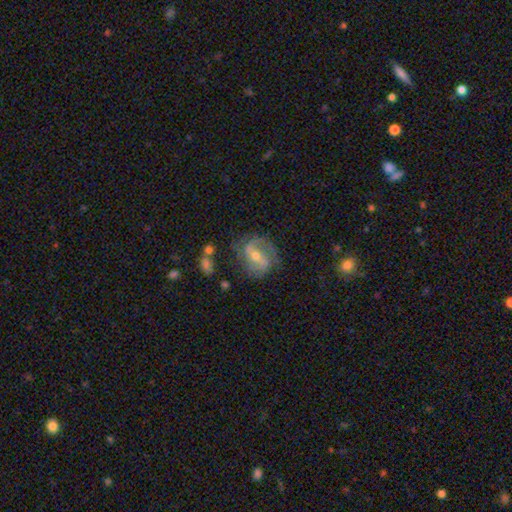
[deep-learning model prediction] featured or disk 78%, smooth 15%, star or artifact 7%. Down the decision tree: edge-on disk — no (96%); bar — weak (42%); spiral arms — yes (88%); spiral arm count — 2 (73%); spiral winding — medium (46%); bulge size — moderate (49%); merging — none (65%).